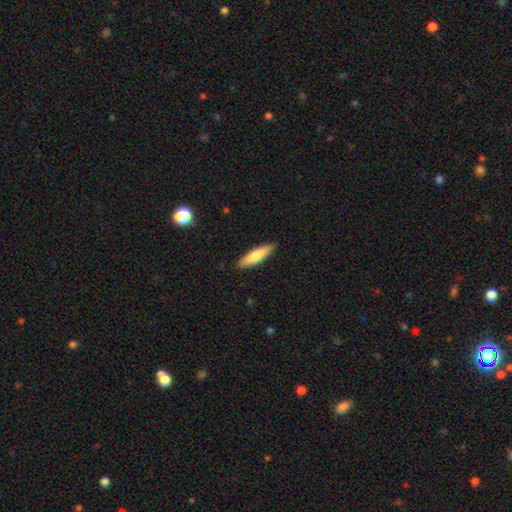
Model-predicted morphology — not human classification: This appears to be a smooth galaxy with no disk features (76%) that is cigar-shaped (64%). Merging: none (89%).